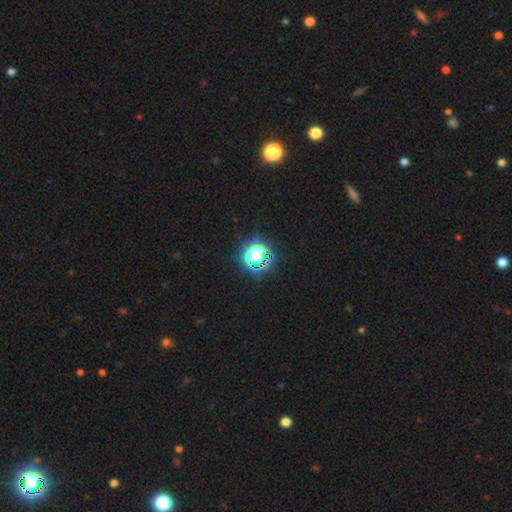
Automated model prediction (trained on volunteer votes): The model was most divided on "smooth or featured": star or artifact: 58%, smooth: 32%, featured or disk: 10%.